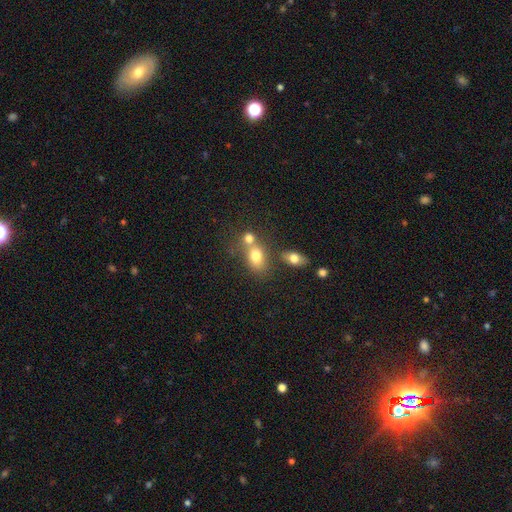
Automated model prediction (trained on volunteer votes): Morphology: type=smooth (76%); roundness=in between (66%); merging=none (44%).